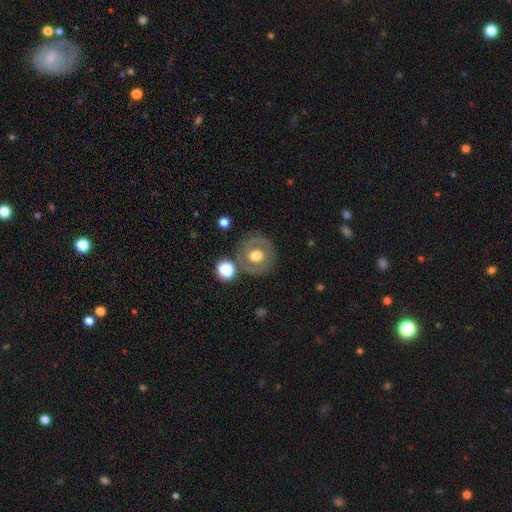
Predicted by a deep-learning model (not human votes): smooth_or_featured: featured or disk (p=0.53) [alt: smooth p=0.39]
disk_edge_on: no (p=0.95) [alt: yes p=0.05]
bar: no (p=0.75) [alt: weak p=0.18]
has_spiral_arms: no (p=0.66) [alt: yes p=0.34]
bulge_size: moderate (p=0.54) [alt: large p=0.36]
merging: none (p=0.77) [alt: minor disturbance p=0.12]